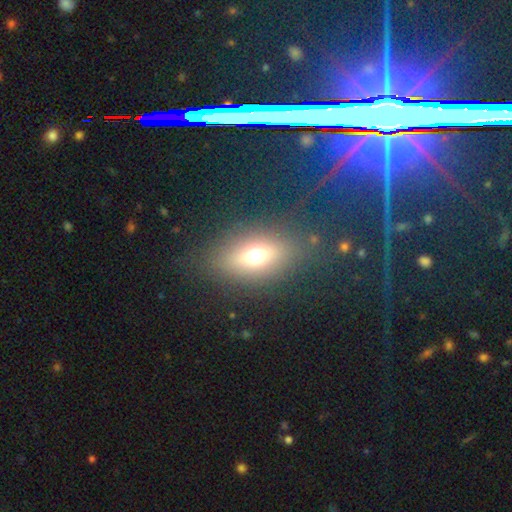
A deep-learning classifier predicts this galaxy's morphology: This appears to be a smooth galaxy with no disk features (63%) that is in between round and cigar-shaped (69%). Merging: none (77%).